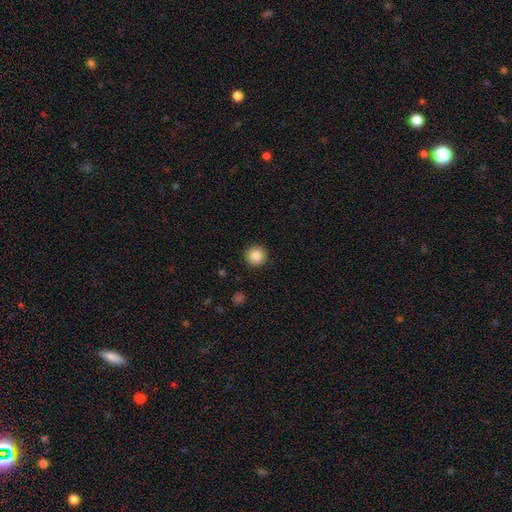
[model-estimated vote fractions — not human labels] Smooth or featured? Predicted: smooth (p=0.86). How rounded? Predicted: round (p=0.96). Merging? Predicted: none (p=0.93).